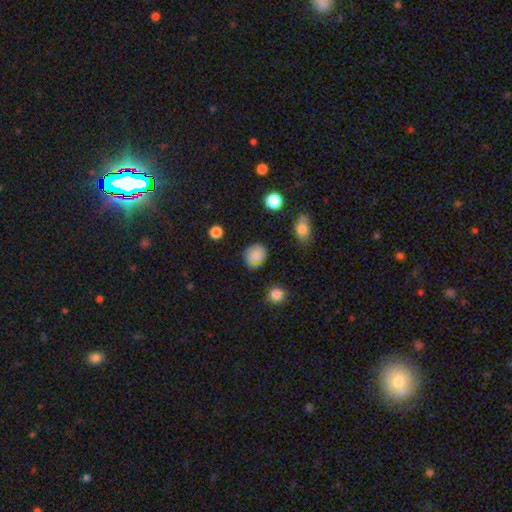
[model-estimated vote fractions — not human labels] smooth_or_featured: smooth (p=0.80) [alt: star or artifact p=0.10]
how_rounded: round (p=0.68) [alt: in between p=0.31]
merging: none (p=0.75) [alt: minor disturbance p=0.18]